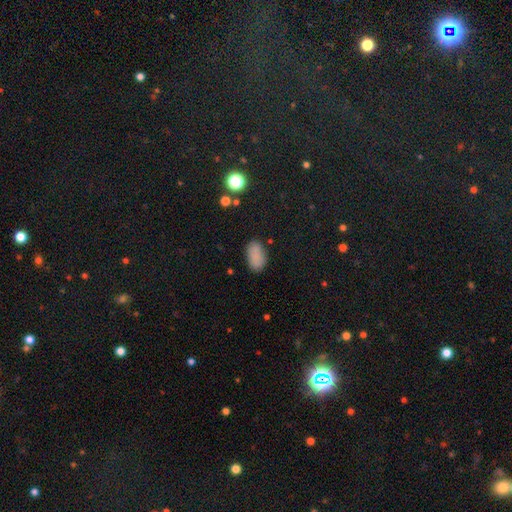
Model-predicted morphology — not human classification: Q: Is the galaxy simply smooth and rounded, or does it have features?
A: smooth — 86%.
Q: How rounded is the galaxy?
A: in between — 94%.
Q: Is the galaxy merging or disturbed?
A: none — 82%.